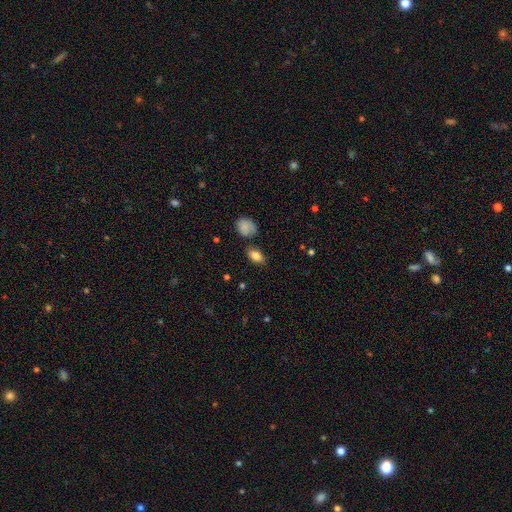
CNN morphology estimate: Q: Smooth or featured?
A: smooth (84%); runner-up: star or artifact (9%)
Q: How rounded?
A: in between (89%); runner-up: round (9%)
Q: Merging?
A: none (77%); runner-up: minor disturbance (14%)